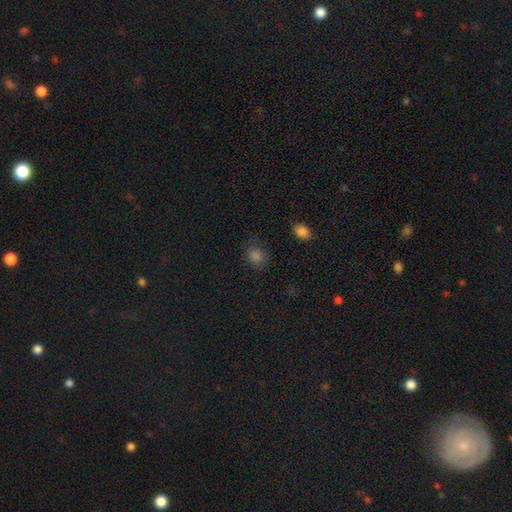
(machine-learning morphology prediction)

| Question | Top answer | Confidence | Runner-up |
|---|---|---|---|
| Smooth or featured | smooth | 77% | star or artifact (19%) |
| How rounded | round | 57% | in between (42%) |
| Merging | none | 78% | minor disturbance (16%) |